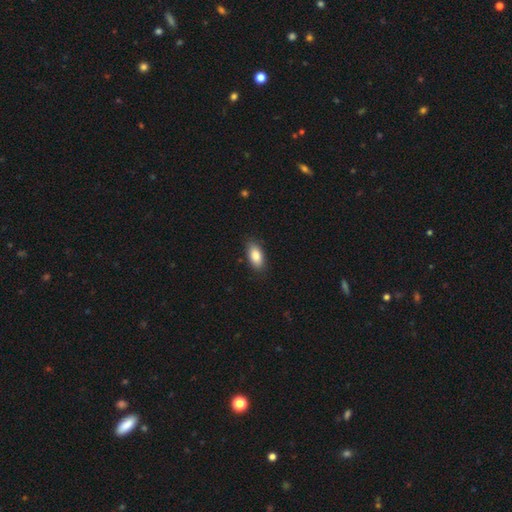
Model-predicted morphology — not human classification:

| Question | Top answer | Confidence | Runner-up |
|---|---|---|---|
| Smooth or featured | smooth | 86% | featured or disk (7%) |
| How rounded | in between | 90% | cigar-shaped (7%) |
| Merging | none | 87% | minor disturbance (10%) |